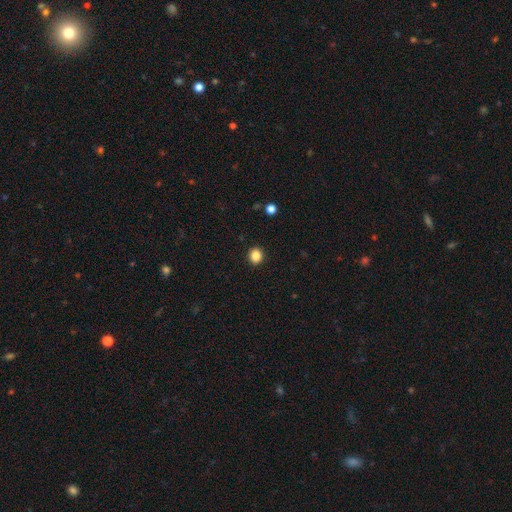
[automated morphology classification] A smooth galaxy with no disk features (86%) that is round (79%).

Vote fractions:
- Smooth or featured? smooth: 86% / star or artifact: 10% / featured or disk: 4%
- How rounded? round: 79% / in between: 20% / cigar-shaped: 1%
- Merging? none: 92% / minor disturbance: 5% / major disturbance: 2% / merger: 1%